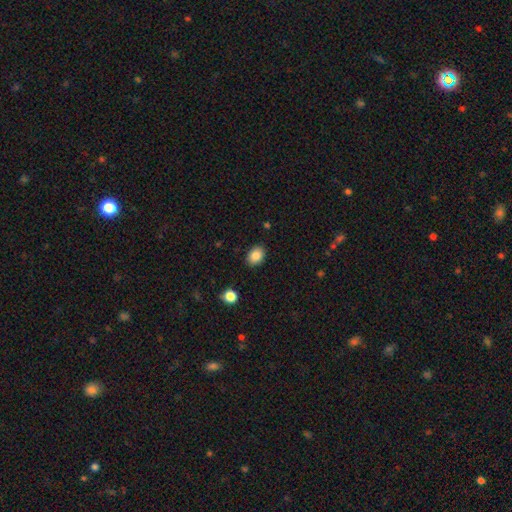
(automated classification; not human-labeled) Smooth or featured?
  - smooth: 86% *
  - star or artifact: 9%
  - featured or disk: 5%
How rounded?
  - in between: 63% *
  - round: 36%
  - cigar-shaped: 1%
Merging?
  - none: 88% *
  - minor disturbance: 9%
  - major disturbance: 2%
  - merger: 1%